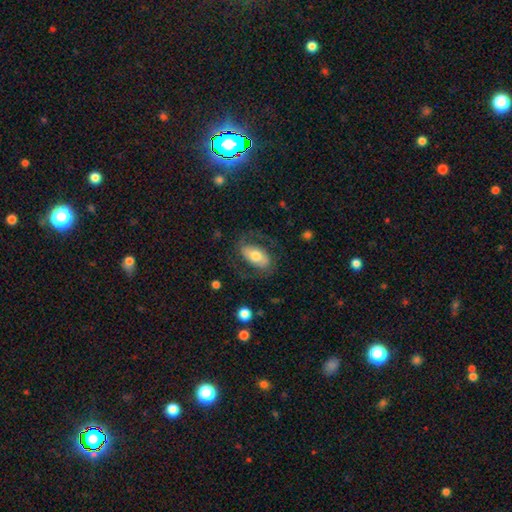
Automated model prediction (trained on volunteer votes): Overall: smooth (50%; featured or disk 43%). How rounded: in between (91%). Merging: none (67%).